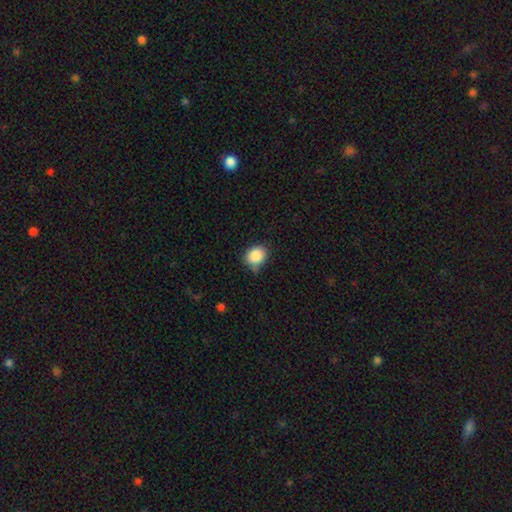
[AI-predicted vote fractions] This is clearly a smooth galaxy (87%). How rounded: possibly round (56%). Merging: likely none (65%).